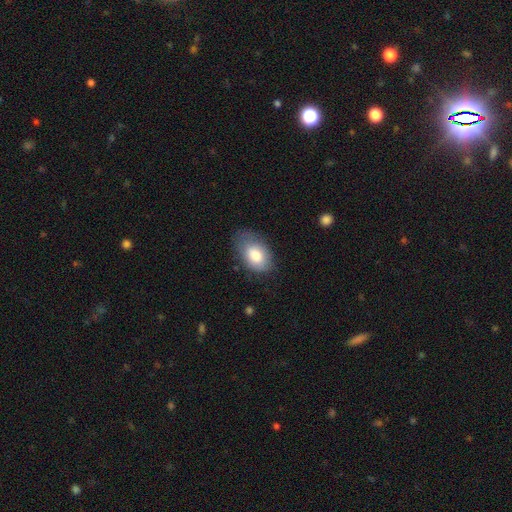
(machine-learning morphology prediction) This appears to be a smooth galaxy with no disk features (79%) that is in between round and cigar-shaped (91%). Merging: none (60%).